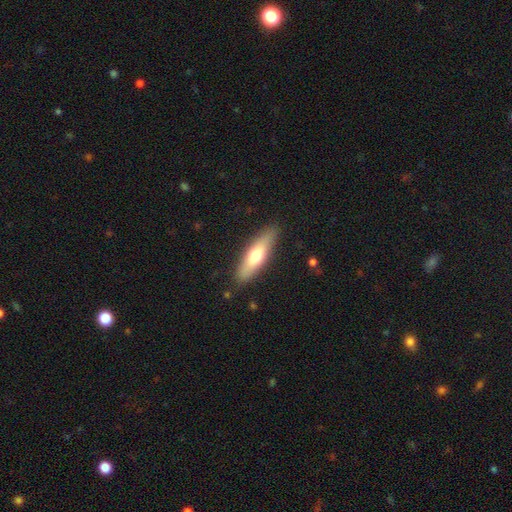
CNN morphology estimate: Smooth or featured? Predicted: smooth (p=0.60). How rounded? Predicted: cigar-shaped (p=0.63). Merging? Predicted: none (p=0.87).